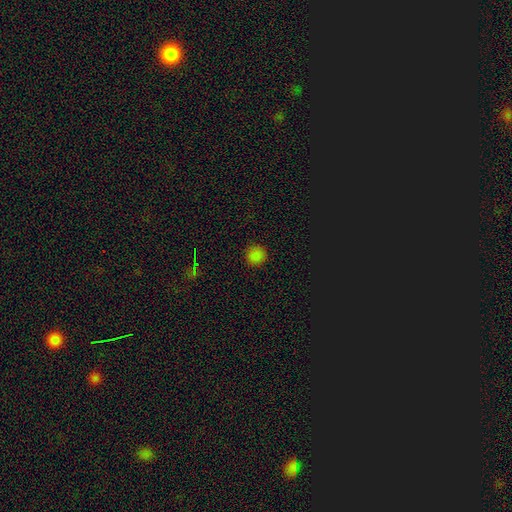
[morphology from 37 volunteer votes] smooth_or_featured: smooth (p=0.97) [alt: star or artifact p=0.03]
how_rounded: round (p=0.94) [alt: in between p=0.06]
merging: none (p=1.00)